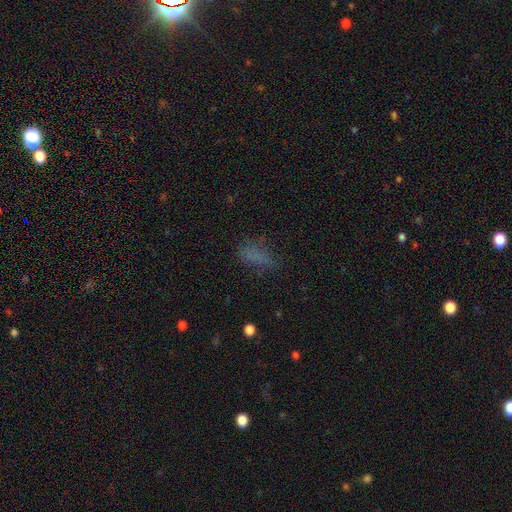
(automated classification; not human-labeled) smooth 66%, star or artifact 20%, featured or disk 14%. Down the decision tree: how rounded — in between (76%); merging — none (55%).